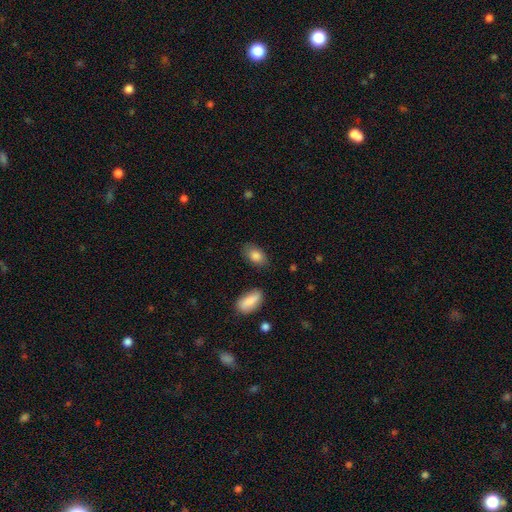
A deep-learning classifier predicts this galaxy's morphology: The model was most divided on "merging": none: 79%, minor disturbance: 15%, major disturbance: 4%, merger: 3%. More confident: how rounded — in between (90%); smooth or featured — smooth (85%).